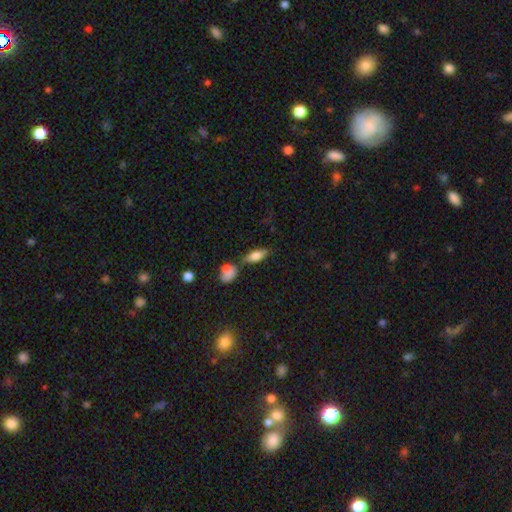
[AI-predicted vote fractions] Smooth or featured? smooth (70%)
How rounded? in between (72%)
Merging? none (68%)